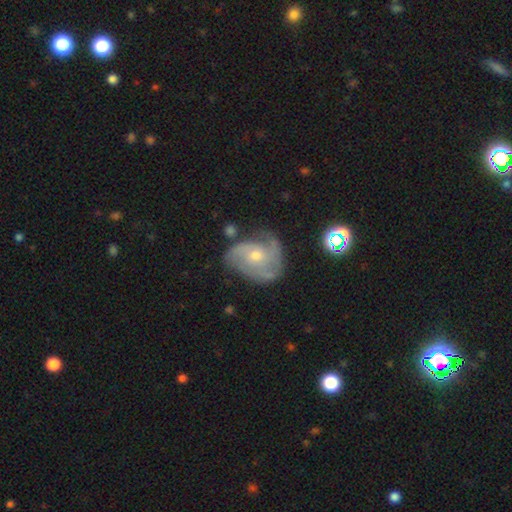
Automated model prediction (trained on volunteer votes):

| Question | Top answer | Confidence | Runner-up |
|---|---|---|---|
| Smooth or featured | featured or disk | 81% | smooth (12%) |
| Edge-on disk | no | 98% | yes (2%) |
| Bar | no | 72% | weak (23%) |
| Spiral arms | yes | 93% | no (7%) |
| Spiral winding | medium | 44% | tight (37%) |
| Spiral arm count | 3 | 35% | 2 (31%) |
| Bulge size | small | 53% | moderate (43%) |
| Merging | none | 54% | minor disturbance (27%) |